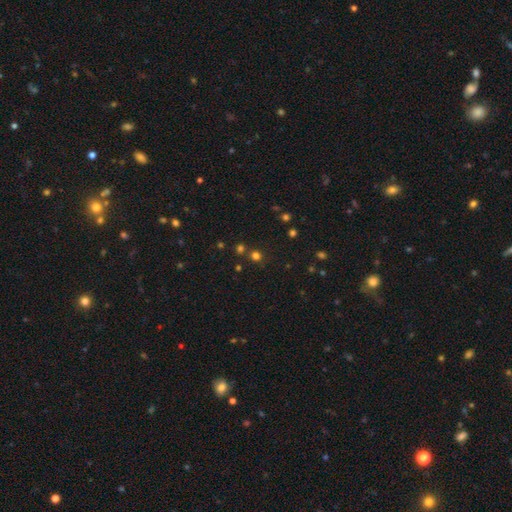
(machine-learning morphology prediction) smooth-or-featured: smooth: 64% | star or artifact: 31% | featured or disk: 5%
  how-rounded: round: 90% | in between: 9% | cigar-shaped: 1%
  merging: none: 77% | merger: 13% | minor disturbance: 7% | major disturbance: 3%